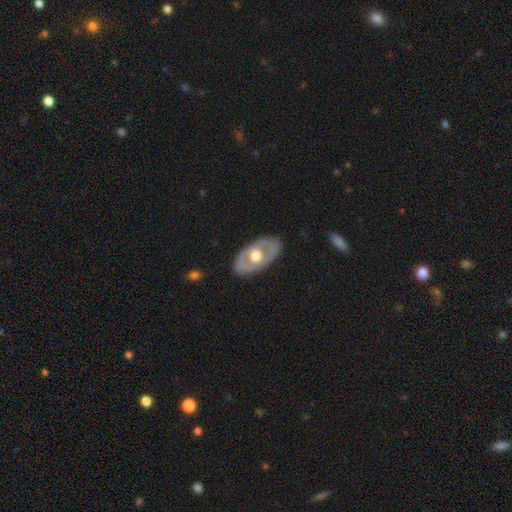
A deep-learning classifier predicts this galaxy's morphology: Smooth or featured? featured or disk (59%)
Edge-on disk? no (86%)
Bar? no (85%)
Spiral arms? no (84%)
Bulge size? moderate (61%)
Merging? none (82%)